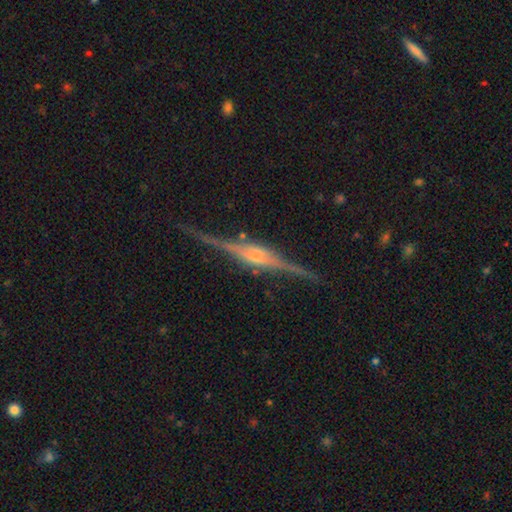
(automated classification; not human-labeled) featured or disk 89%, star or artifact 6%, smooth 5%. Down the decision tree: edge-on disk — yes (98%); edge-on bulge — rounded (67%); merging — none (87%).